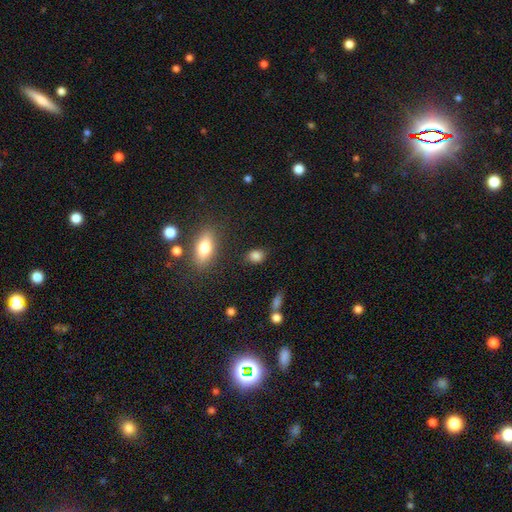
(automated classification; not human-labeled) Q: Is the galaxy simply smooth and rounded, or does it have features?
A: smooth — 84%.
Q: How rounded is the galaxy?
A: in between — 58%.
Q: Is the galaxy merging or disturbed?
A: none — 81%.